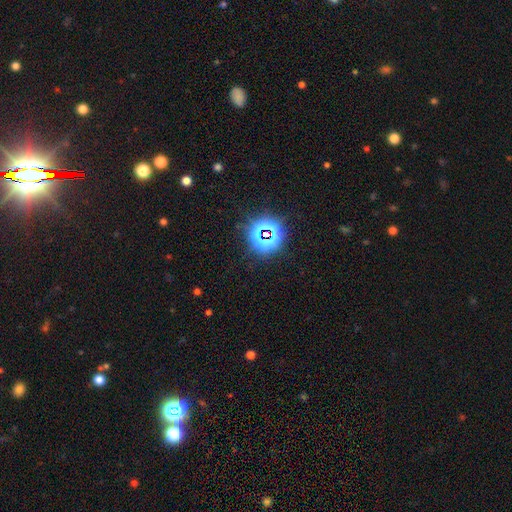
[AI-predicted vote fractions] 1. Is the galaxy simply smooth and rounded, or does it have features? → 78% star or artifact, 15% smooth, 8% featured or disk.